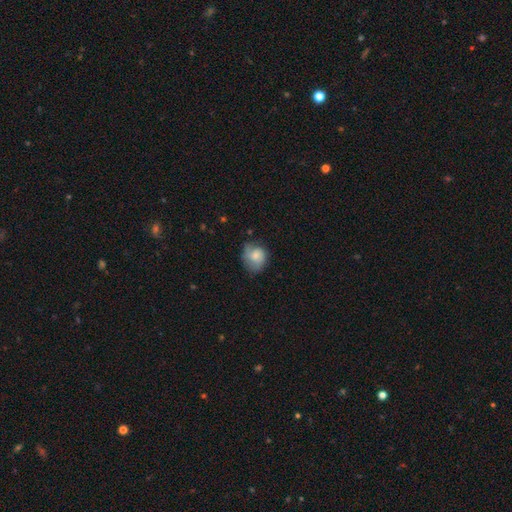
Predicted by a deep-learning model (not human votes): This appears to be a smooth galaxy with no disk features (69%) that is round (65%). Merging: none (52%).